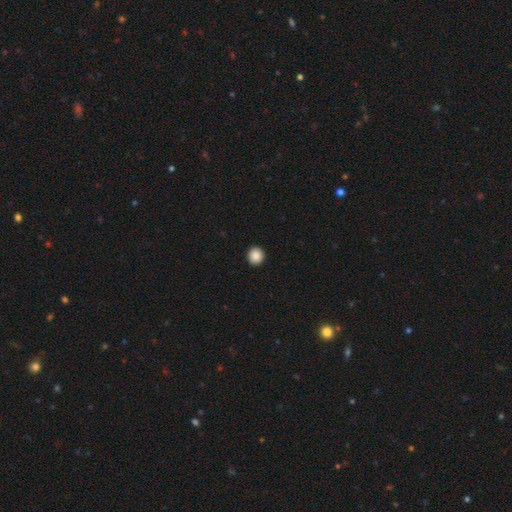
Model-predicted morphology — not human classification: Smooth or featured: smooth — 89% (star or artifact — 9%)
How rounded: round — 87% (in between — 12%)
Merging: none — 93% (minor disturbance — 5%)